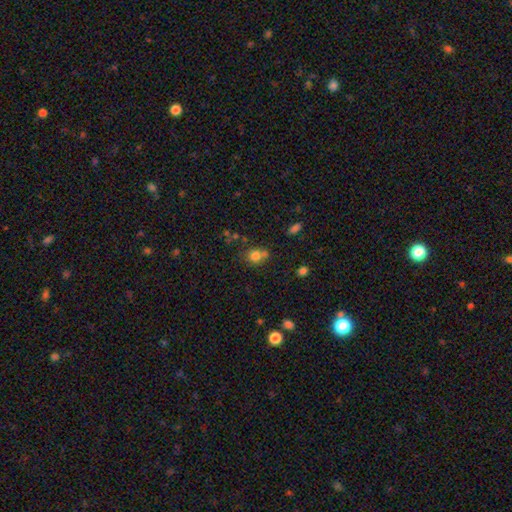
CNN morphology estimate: Smooth or featured?
  - smooth: 77% *
  - star or artifact: 13%
  - featured or disk: 10%
How rounded?
  - round: 70% *
  - in between: 29%
  - cigar-shaped: 1%
Merging?
  - none: 53% *
  - merger: 28%
  - minor disturbance: 14%
  - major disturbance: 5%